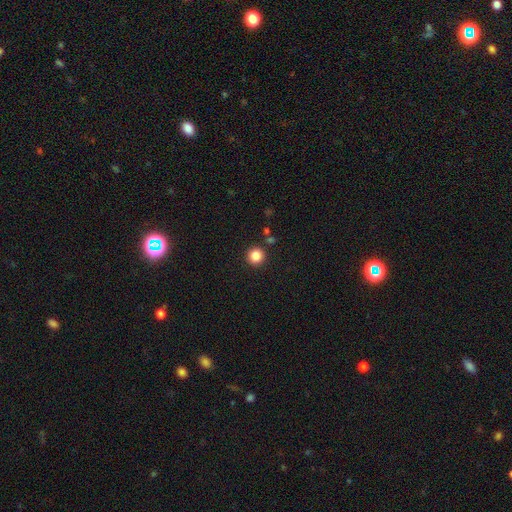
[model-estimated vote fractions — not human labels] The model was most divided on "smooth or featured": smooth: 85%, star or artifact: 11%, featured or disk: 4%. More confident: how rounded — round (95%); merging — none (89%).